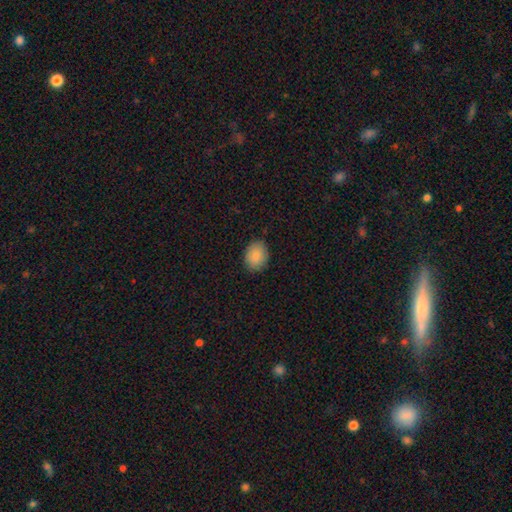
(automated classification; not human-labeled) smooth 86%, star or artifact 8%, featured or disk 7%. Down the decision tree: how rounded — in between (64%); merging — none (85%).